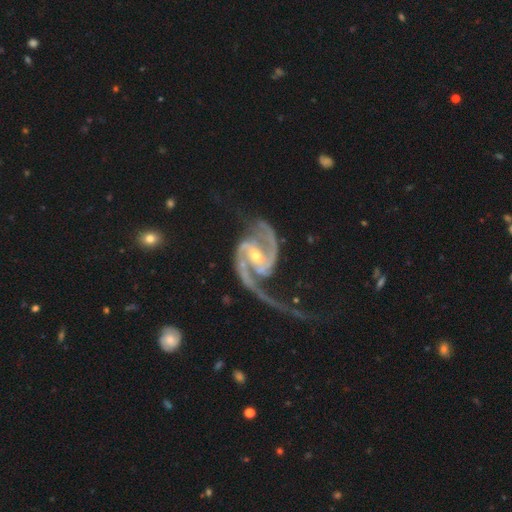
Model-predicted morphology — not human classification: smooth-or-featured: featured or disk: 94% | star or artifact: 4% | smooth: 2%
  disk-edge-on: no: 98% | yes: 2%
    bar: weak: 37% | strong: 33% | no: 30%
    has-spiral-arms: yes: 99% | no: 1%
      spiral-winding: medium: 53% | loose: 29% | tight: 17%
      spiral-arm-count: 2: 91% | 3: 3% | 1: 2% | can't tell: 2% | 4: 2% | more than 4: 2%
    bulge-size: small: 55% | moderate: 42% | large: 1% | none: 1% | dominant: 1%
  merging: none: 47% | major disturbance: 29% | minor disturbance: 20% | merger: 4%